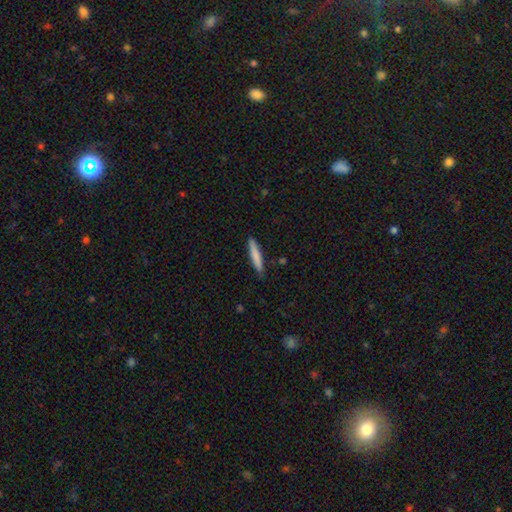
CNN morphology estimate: A smooth galaxy with no disk features (80%) that is cigar-shaped (91%). Merging: none (87%).